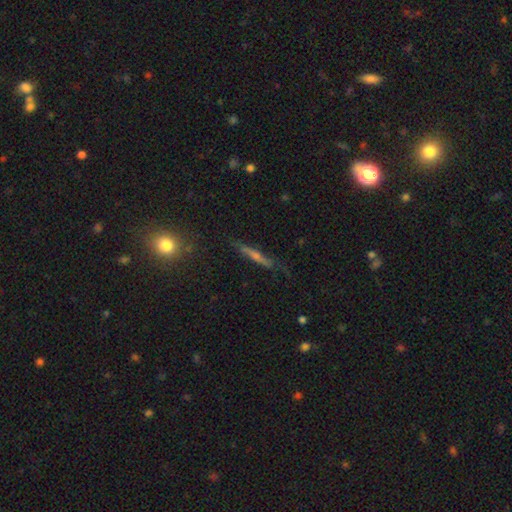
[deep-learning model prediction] featured or disk 59%, smooth 31%, star or artifact 10%. Down the decision tree: edge-on disk — yes (93%); edge-on bulge — rounded (60%); merging — none (80%).